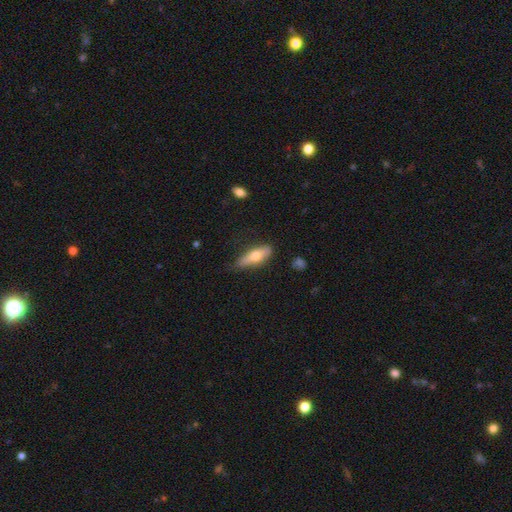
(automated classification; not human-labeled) Smooth or featured: smooth — 58% (featured or disk — 36%)
How rounded: cigar-shaped — 51% (in between — 46%)
Merging: none — 73% (minor disturbance — 21%)